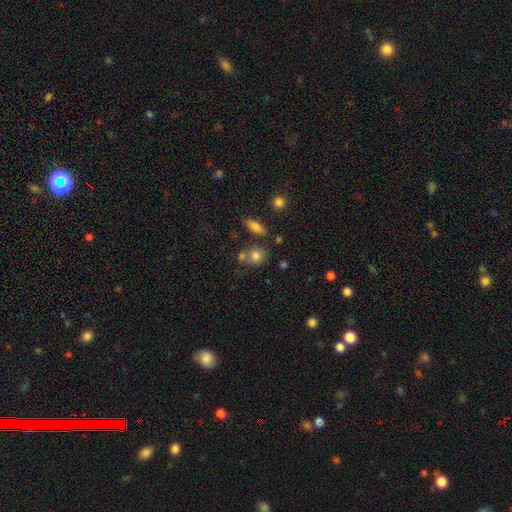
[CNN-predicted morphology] The model was most divided on "how rounded": round: 67%, in between: 32%, cigar-shaped: 2%. More confident: smooth or featured — smooth (79%); merging — none (59%).